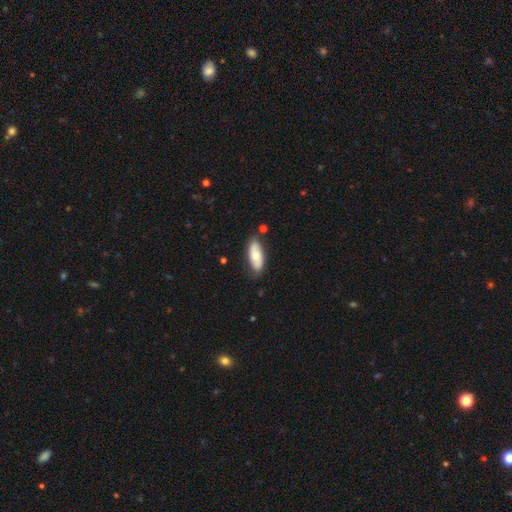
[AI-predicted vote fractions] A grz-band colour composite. It shows a smooth galaxy with no disk features (63%) that is in between round and cigar-shaped (83%). Merging: none (77%).